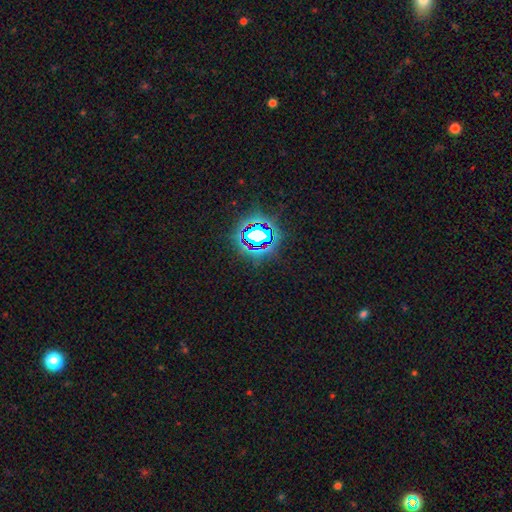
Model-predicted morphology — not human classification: Q: Smooth or featured?
A: star or artifact (81%); runner-up: smooth (12%)